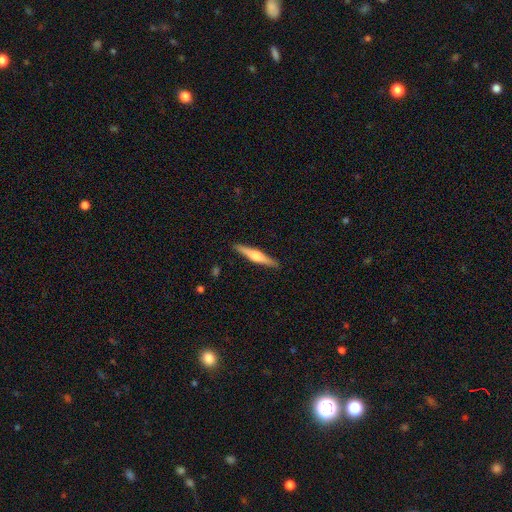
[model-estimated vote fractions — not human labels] featured or disk 60%, smooth 34%, star or artifact 5%. Down the decision tree: edge-on disk — yes (97%); edge-on bulge — rounded (87%); merging — none (91%).